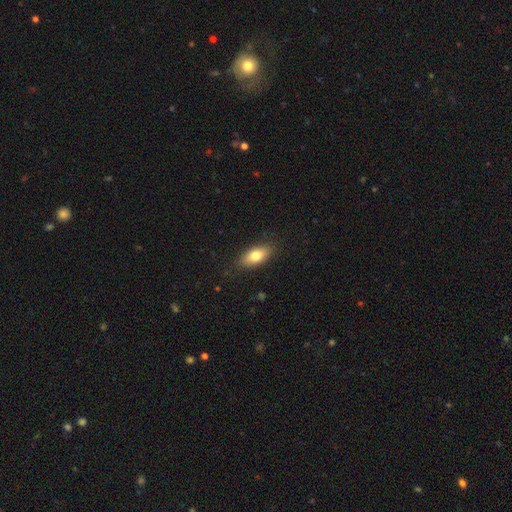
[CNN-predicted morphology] smooth-or-featured: smooth: 77% | featured or disk: 17% | star or artifact: 7%
  how-rounded: in between: 85% | cigar-shaped: 11% | round: 4%
  merging: none: 85% | minor disturbance: 11% | major disturbance: 2% | merger: 1%